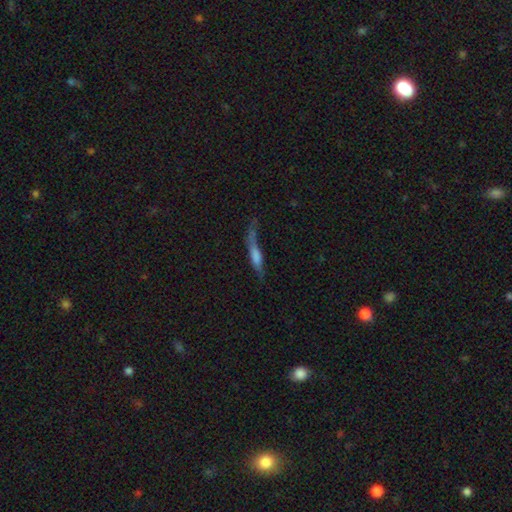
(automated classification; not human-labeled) Overall: smooth (44%, tied with featured or disk). Merging: none (40%; major disturbance 28%).